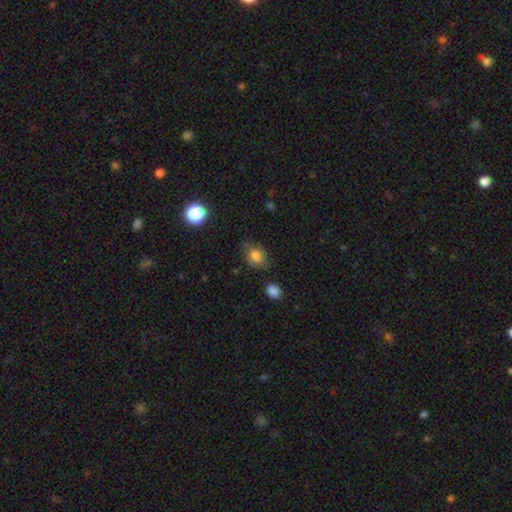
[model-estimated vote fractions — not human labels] This is likely a smooth galaxy (65%). How rounded: possibly in between (57%). Merging: likely none (64%).